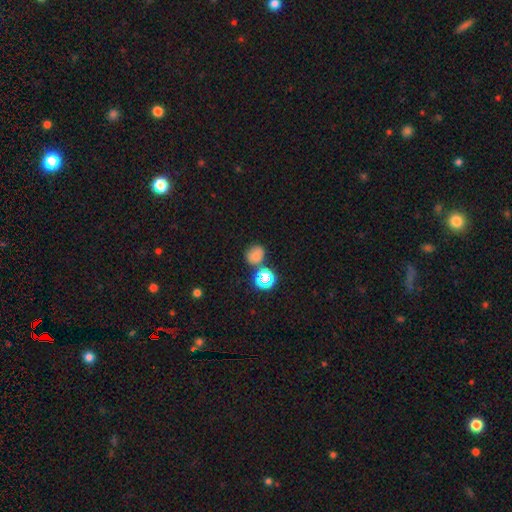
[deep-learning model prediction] Overall: smooth (71%). How rounded: round (72%). Merging: none (64%).